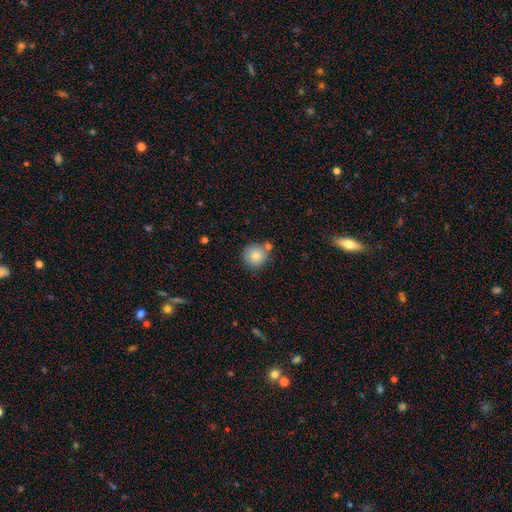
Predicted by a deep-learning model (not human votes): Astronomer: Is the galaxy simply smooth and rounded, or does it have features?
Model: smooth — 81%.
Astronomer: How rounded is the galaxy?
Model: round — 92%.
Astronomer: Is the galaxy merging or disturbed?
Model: none — 71%.